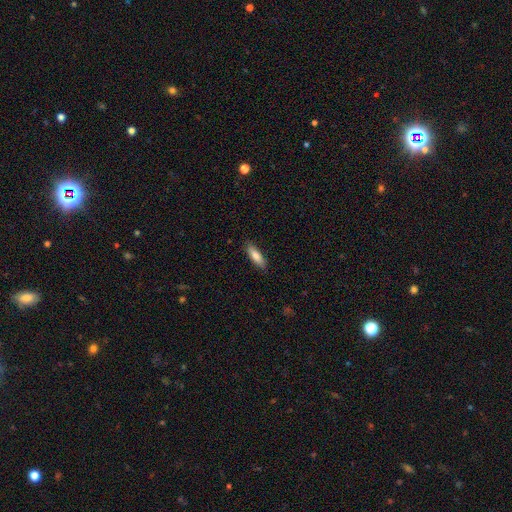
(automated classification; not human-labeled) Smooth or featured? Predicted: smooth (p=0.80). How rounded? Predicted: cigar-shaped (p=0.50). Merging? Predicted: none (p=0.86).